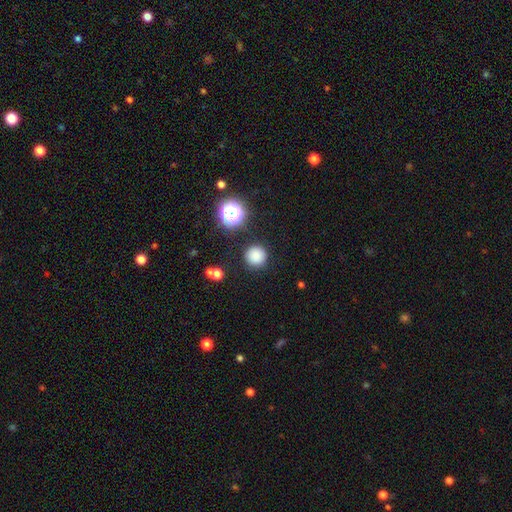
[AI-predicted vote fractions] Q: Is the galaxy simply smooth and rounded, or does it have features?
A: smooth — 82%.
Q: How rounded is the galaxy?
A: round — 96%.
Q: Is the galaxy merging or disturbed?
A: none — 89%.